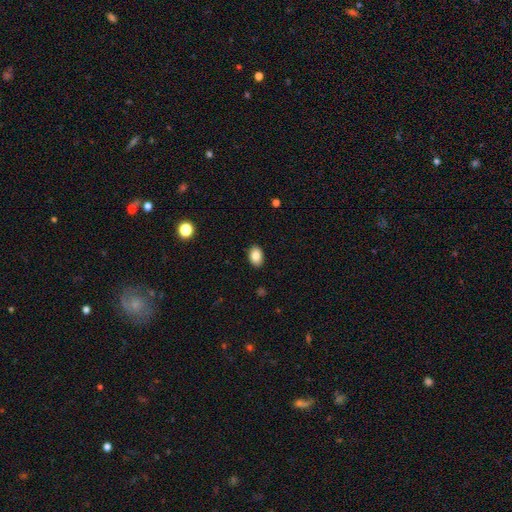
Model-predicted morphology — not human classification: Smooth or featured? Predicted: smooth (p=0.86). How rounded? Predicted: in between (p=0.85). Merging? Predicted: none (p=0.89).